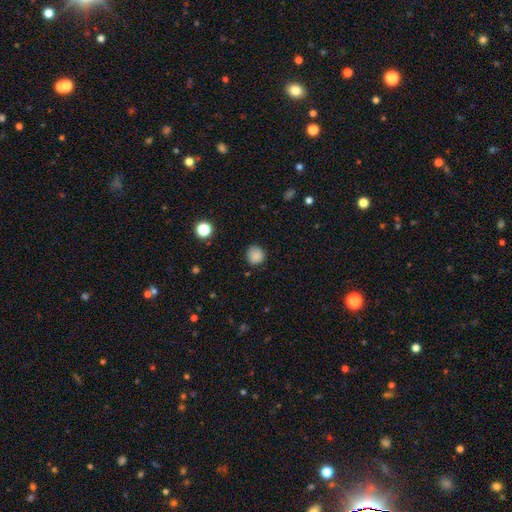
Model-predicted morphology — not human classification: Q: Smooth or featured?
A: smooth (85%); runner-up: star or artifact (11%)
Q: How rounded?
A: round (89%); runner-up: in between (10%)
Q: Merging?
A: none (83%); runner-up: minor disturbance (13%)